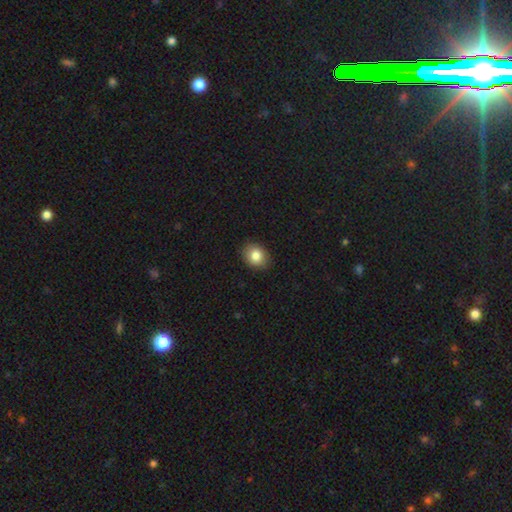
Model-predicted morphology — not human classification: Smooth or featured: smooth — 84% (star or artifact — 9%)
How rounded: round — 50% (in between — 49%)
Merging: none — 88% (minor disturbance — 9%)